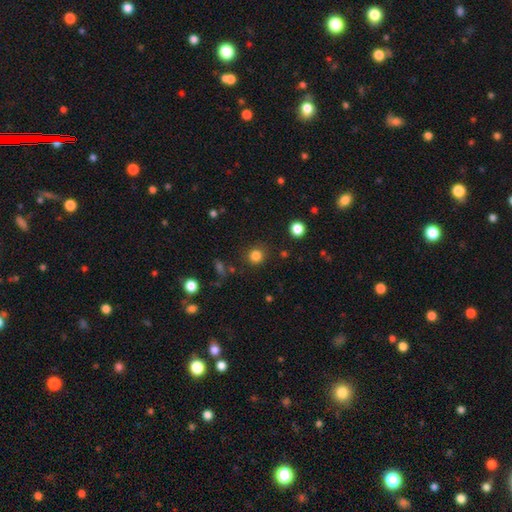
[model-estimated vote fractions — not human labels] Morphology: type=smooth (82%); roundness=round (90%); merging=none (87%).